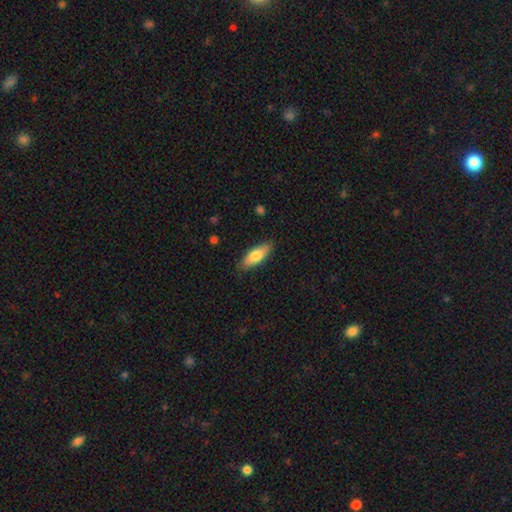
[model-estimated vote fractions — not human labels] Morphology: type=smooth (75%); roundness=in between (64%); merging=none (85%).